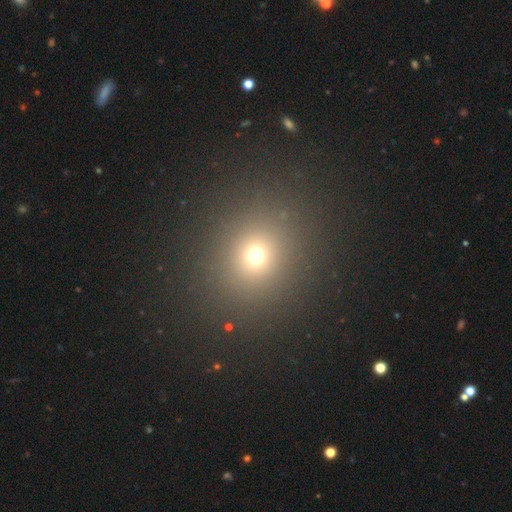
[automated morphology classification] type=smooth (68%); roundness=round (84%); merging=none (86%).